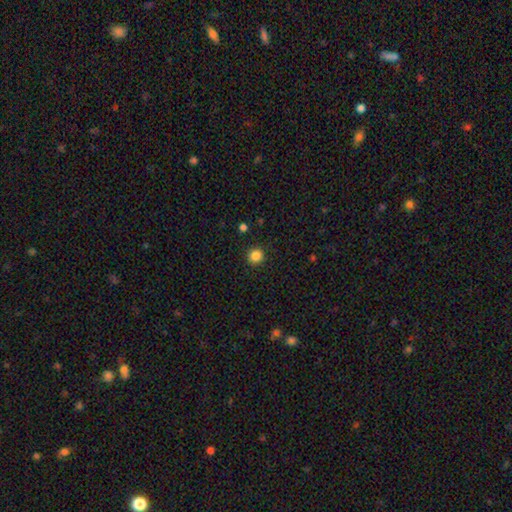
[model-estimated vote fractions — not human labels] The model was most divided on "smooth or featured": smooth: 85%, star or artifact: 12%, featured or disk: 3%. More confident: merging — none (92%); how rounded — round (92%).